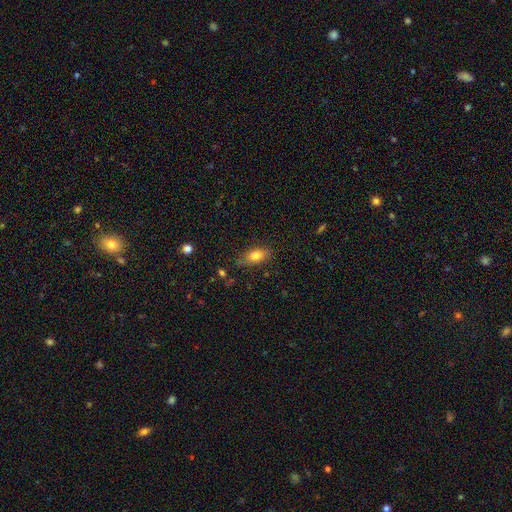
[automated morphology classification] smooth 80%, featured or disk 12%, star or artifact 8%. Down the decision tree: how rounded — in between (85%); merging — none (78%).